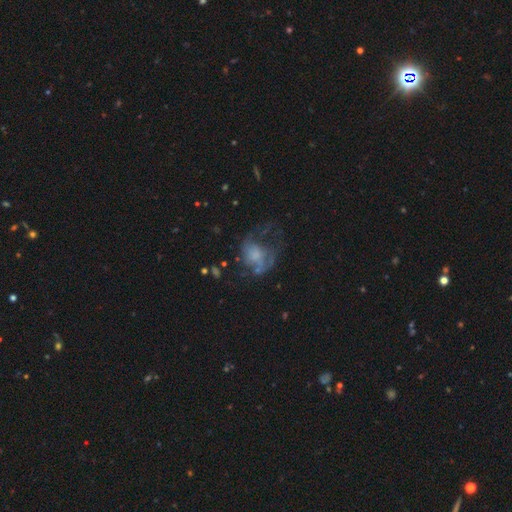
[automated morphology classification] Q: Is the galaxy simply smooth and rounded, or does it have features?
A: featured or disk — 54%.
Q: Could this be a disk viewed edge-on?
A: no — 97%.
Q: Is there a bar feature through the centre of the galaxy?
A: no — 80%.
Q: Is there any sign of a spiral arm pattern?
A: no — 53%.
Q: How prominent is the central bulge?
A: none — 32%.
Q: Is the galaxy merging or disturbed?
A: major disturbance — 46%.